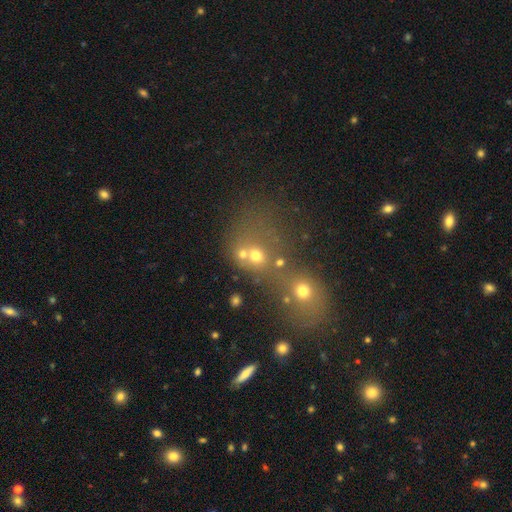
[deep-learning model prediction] Smooth or featured?
  - smooth: 62% *
  - star or artifact: 23%
  - featured or disk: 16%
How rounded?
  - round: 70% *
  - in between: 28%
  - cigar-shaped: 2%
Merging?
  - merger: 51% *
  - none: 34%
  - minor disturbance: 8%
  - major disturbance: 7%